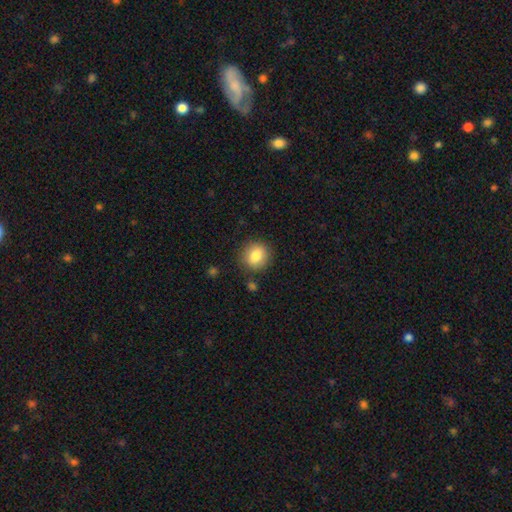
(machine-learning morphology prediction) Smooth or featured?
  - smooth: 83% *
  - star or artifact: 9%
  - featured or disk: 8%
How rounded?
  - round: 79% *
  - in between: 20%
  - cigar-shaped: 1%
Merging?
  - none: 86% *
  - minor disturbance: 9%
  - major disturbance: 3%
  - merger: 2%